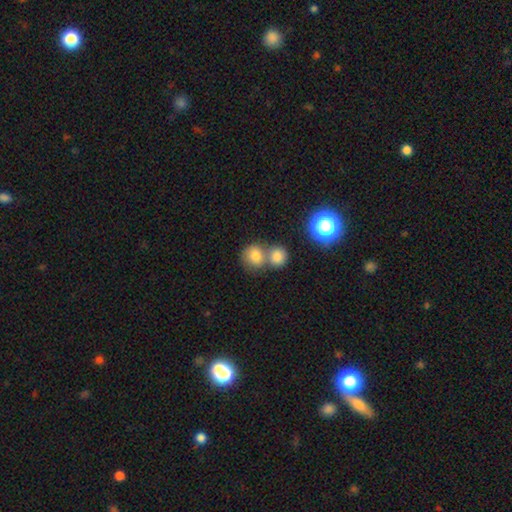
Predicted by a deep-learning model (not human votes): Smooth or featured? Predicted: smooth (p=0.79). How rounded? Predicted: round (p=0.78). Merging? Predicted: merger (p=0.50).